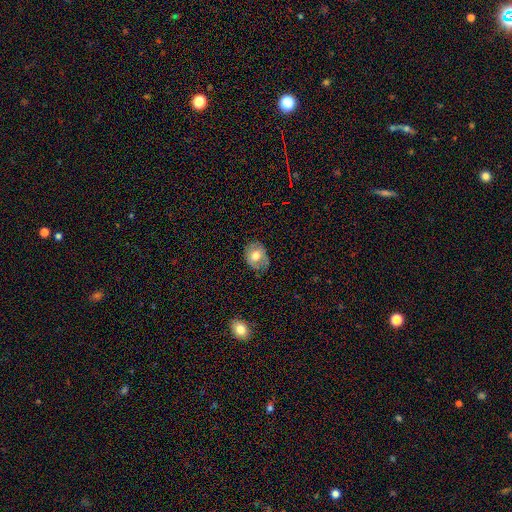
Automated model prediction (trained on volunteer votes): Smooth or featured?
  - smooth: 63% *
  - featured or disk: 29%
  - star or artifact: 9%
How rounded?
  - in between: 55% *
  - round: 45%
  - cigar-shaped: 1%
Merging?
  - none: 68% *
  - minor disturbance: 25%
  - major disturbance: 6%
  - merger: 1%